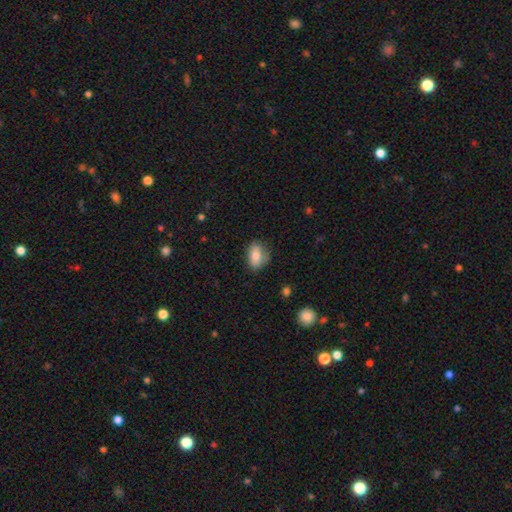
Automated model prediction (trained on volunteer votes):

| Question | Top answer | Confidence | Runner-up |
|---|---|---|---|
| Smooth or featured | smooth | 76% | featured or disk (16%) |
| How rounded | in between | 82% | round (16%) |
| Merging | none | 70% | minor disturbance (23%) |